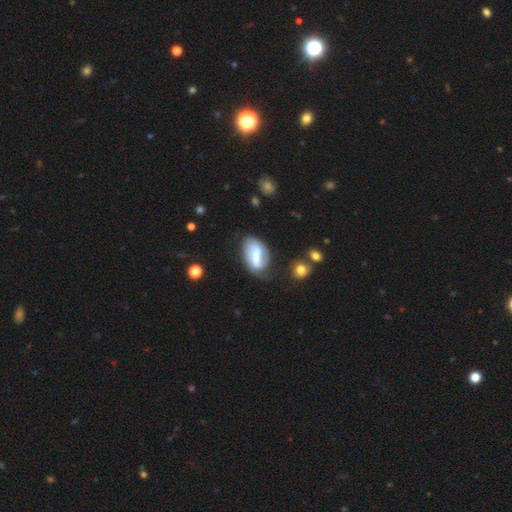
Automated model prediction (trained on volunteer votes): smooth-or-featured: featured or disk: 53% | smooth: 39% | star or artifact: 7%
  disk-edge-on: no: 94% | yes: 6%
  merging: none: 55% | minor disturbance: 29% | major disturbance: 12% | merger: 4%